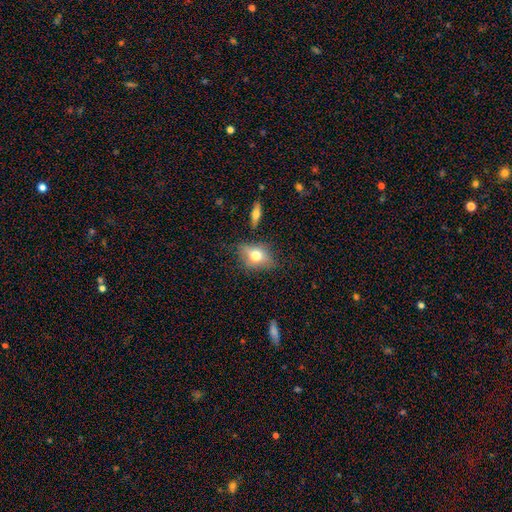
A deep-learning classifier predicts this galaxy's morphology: Smooth or featured?
  - smooth: 66% *
  - featured or disk: 24%
  - star or artifact: 10%
How rounded?
  - in between: 71% *
  - round: 25%
  - cigar-shaped: 4%
Merging?
  - none: 71% *
  - minor disturbance: 19%
  - major disturbance: 6%
  - merger: 4%